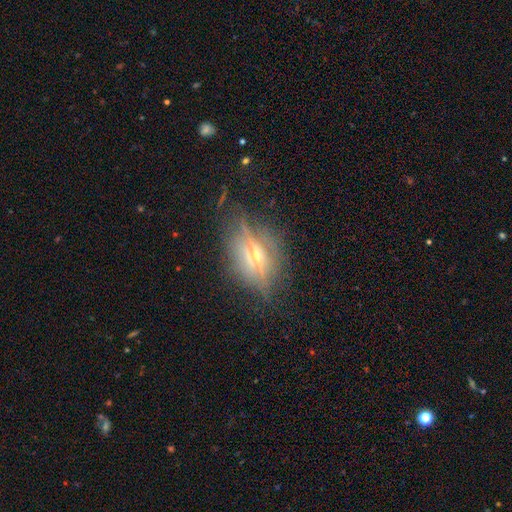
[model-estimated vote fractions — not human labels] featured or disk 55%, smooth 27%, star or artifact 18%. Down the decision tree: edge-on disk — yes (73%); merging — none (76%).